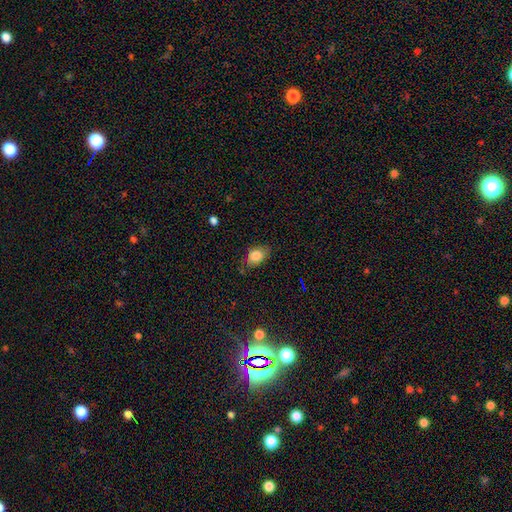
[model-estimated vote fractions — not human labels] A smooth galaxy with no disk features (83%) that is in between round and cigar-shaped (78%).

Vote fractions:
- Smooth or featured? smooth: 83% / star or artifact: 9% / featured or disk: 9%
- How rounded? in between: 78% / round: 20% / cigar-shaped: 2%
- Merging? none: 73% / minor disturbance: 21% / major disturbance: 4% / merger: 2%